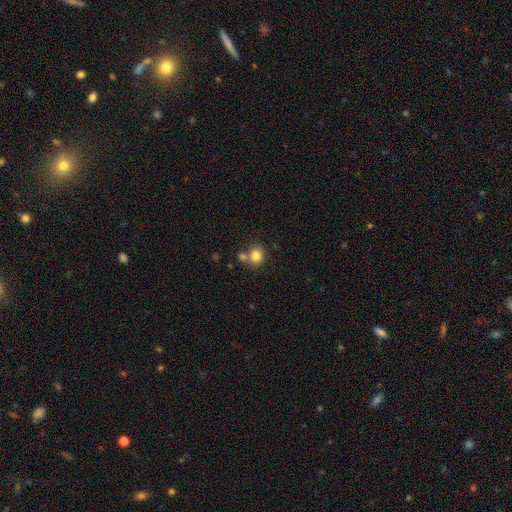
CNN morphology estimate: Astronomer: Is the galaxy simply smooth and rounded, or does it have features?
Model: smooth — 82%.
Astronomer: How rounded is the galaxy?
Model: round — 77%.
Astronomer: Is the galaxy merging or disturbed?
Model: none — 63%.